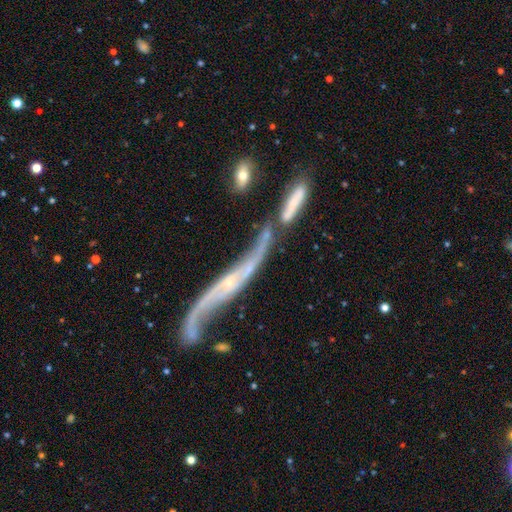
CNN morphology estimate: The model was most divided on "merging": merger: 36%, none: 35%, minor disturbance: 16%, major disturbance: 13%. More confident: smooth or featured — featured or disk (83%); edge-on disk — no (60%).